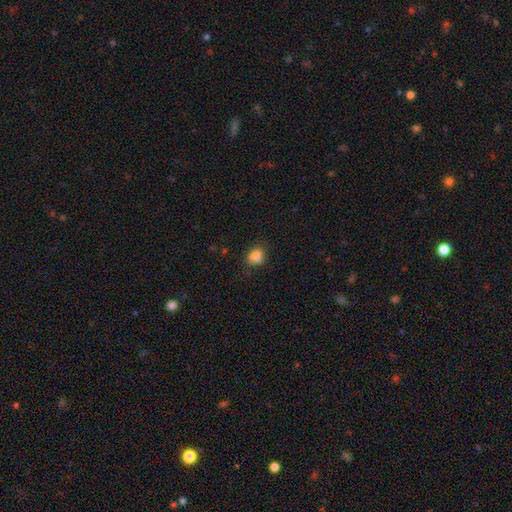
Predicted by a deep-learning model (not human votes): A smooth galaxy with no disk features (77%) that is round (61%). Merging: none (57%).